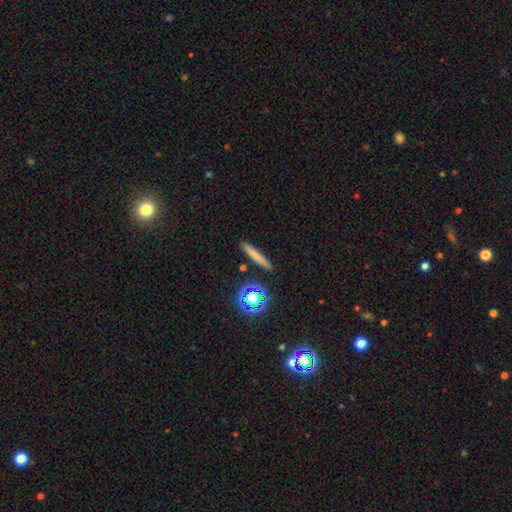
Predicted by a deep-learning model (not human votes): Q: Smooth or featured?
A: smooth (70%); runner-up: featured or disk (17%)
Q: How rounded?
A: cigar-shaped (92%); runner-up: in between (5%)
Q: Merging?
A: none (89%); runner-up: minor disturbance (7%)